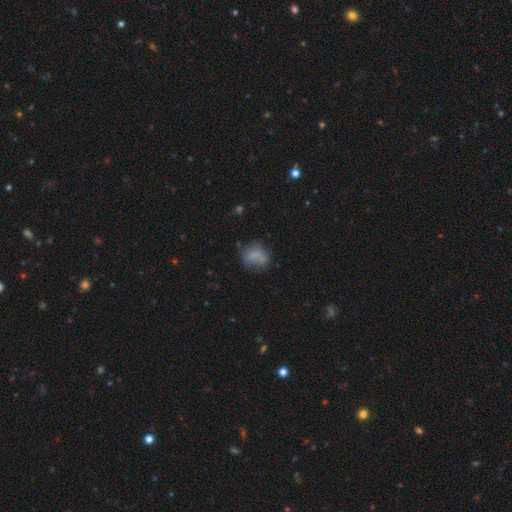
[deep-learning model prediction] Smooth or featured? Predicted: smooth (p=0.69). How rounded? Predicted: round (p=0.59). Merging? Predicted: none (p=0.50).